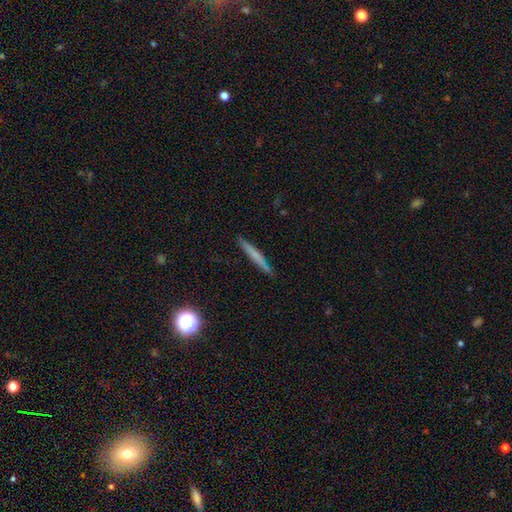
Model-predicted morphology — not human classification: Smooth or featured? Predicted: smooth (p=0.54). How rounded? Predicted: cigar-shaped (p=0.94). Merging? Predicted: none (p=0.89).